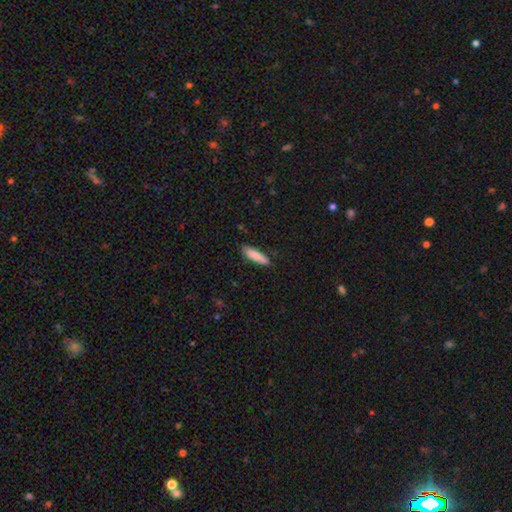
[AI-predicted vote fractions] The model was most divided on "how rounded": cigar-shaped: 73%, in between: 26%, round: 1%. More confident: smooth or featured — smooth (86%); merging — none (83%).